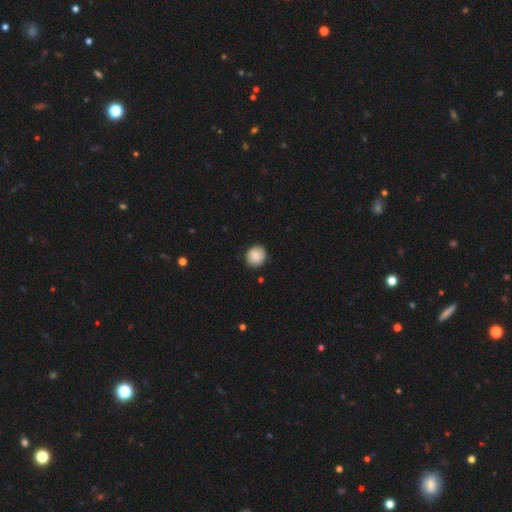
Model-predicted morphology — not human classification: Smooth or featured: smooth — 87% (star or artifact — 7%)
How rounded: round — 83% (in between — 16%)
Merging: none — 87% (minor disturbance — 10%)